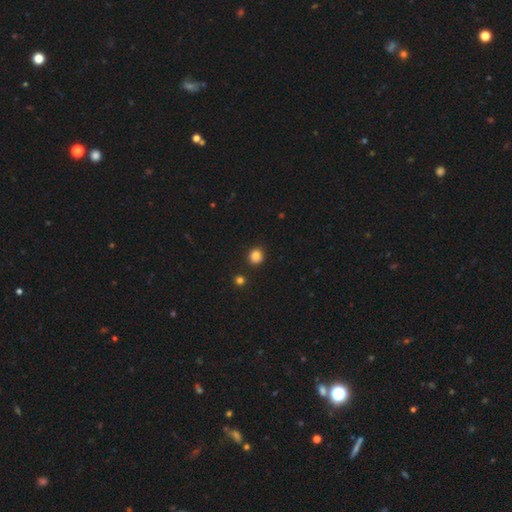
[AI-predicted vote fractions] Smooth or featured?
  - smooth: 84% *
  - star or artifact: 11%
  - featured or disk: 5%
How rounded?
  - round: 85% *
  - in between: 15%
  - cigar-shaped: 1%
Merging?
  - none: 84% *
  - minor disturbance: 11%
  - merger: 3%
  - major disturbance: 2%